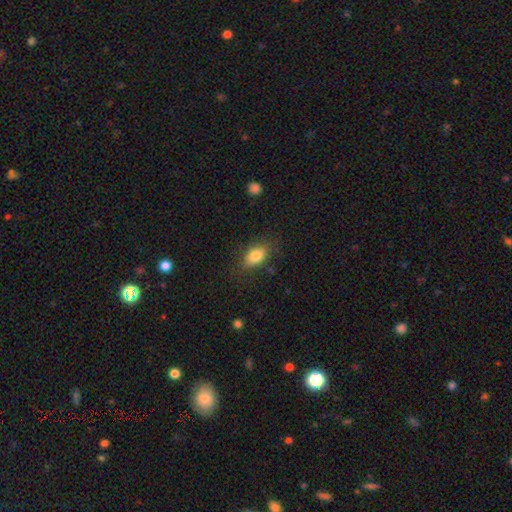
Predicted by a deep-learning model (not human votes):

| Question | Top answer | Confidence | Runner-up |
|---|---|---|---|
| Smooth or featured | smooth | 80% | featured or disk (11%) |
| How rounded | in between | 84% | round (11%) |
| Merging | none | 77% | minor disturbance (17%) |